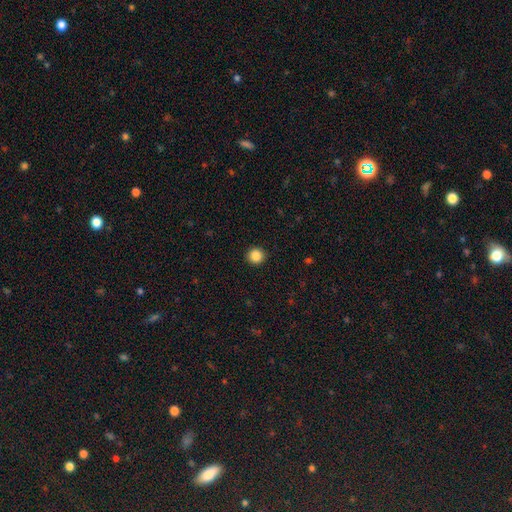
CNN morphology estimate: type=smooth (86%); roundness=round (95%); merging=none (93%).